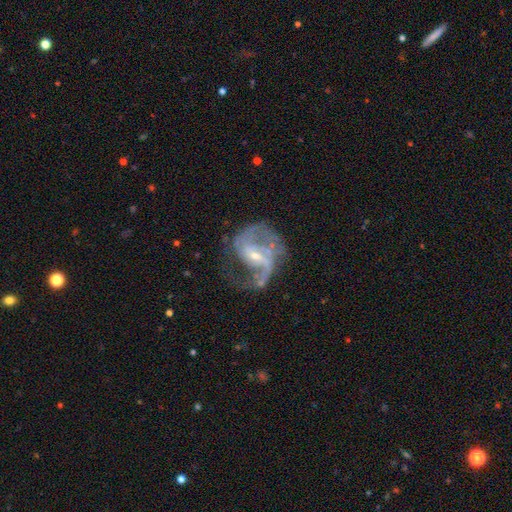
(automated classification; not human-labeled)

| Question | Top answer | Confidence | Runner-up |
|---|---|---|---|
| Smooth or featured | featured or disk | 88% | star or artifact (6%) |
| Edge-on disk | no | 98% | yes (2%) |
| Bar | weak | 48% | no (26%) |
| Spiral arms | yes | 95% | no (5%) |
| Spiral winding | medium | 50% | loose (34%) |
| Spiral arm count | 2 | 70% | 1 (11%) |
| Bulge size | small | 69% | moderate (27%) |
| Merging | none | 50% | major disturbance (26%) |